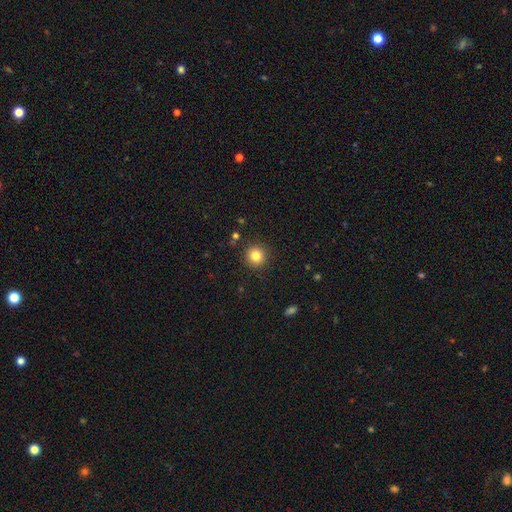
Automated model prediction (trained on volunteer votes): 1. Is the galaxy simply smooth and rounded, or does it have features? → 82% smooth, 11% star or artifact, 7% featured or disk.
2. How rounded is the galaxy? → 94% round, 5% in between, 1% cigar-shaped.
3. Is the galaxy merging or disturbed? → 90% none, 6% minor disturbance, 2% major disturbance, 2% merger.